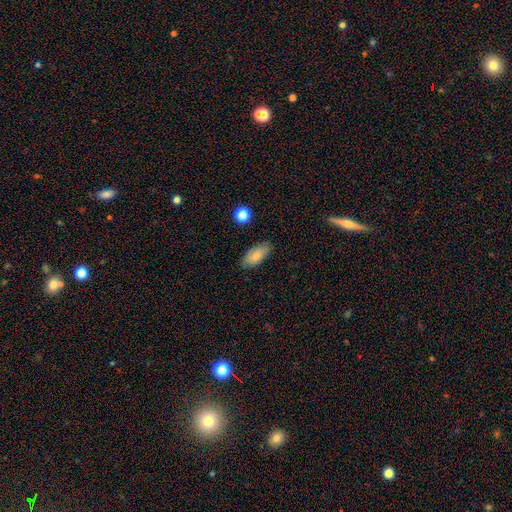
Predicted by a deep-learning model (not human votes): Smooth or featured? Predicted: smooth (p=0.78). How rounded? Predicted: in between (p=0.89). Merging? Predicted: none (p=0.81).